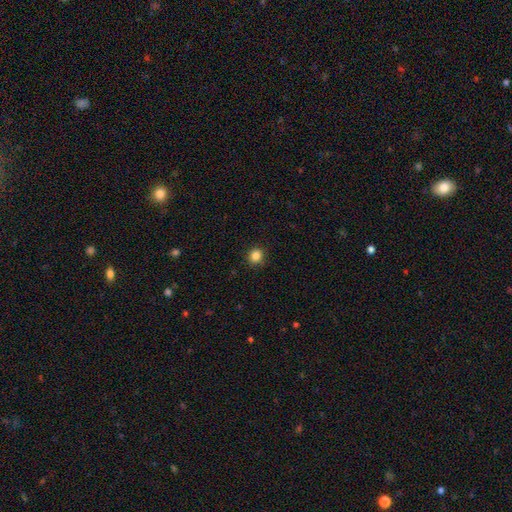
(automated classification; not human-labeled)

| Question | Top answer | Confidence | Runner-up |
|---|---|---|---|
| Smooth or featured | smooth | 85% | star or artifact (11%) |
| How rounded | round | 84% | in between (15%) |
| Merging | none | 89% | minor disturbance (8%) |